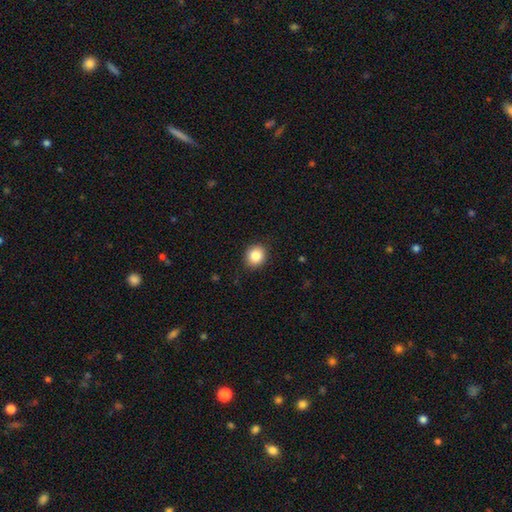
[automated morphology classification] Smooth or featured? Predicted: smooth (p=0.86). How rounded? Predicted: round (p=0.79). Merging? Predicted: none (p=0.89).